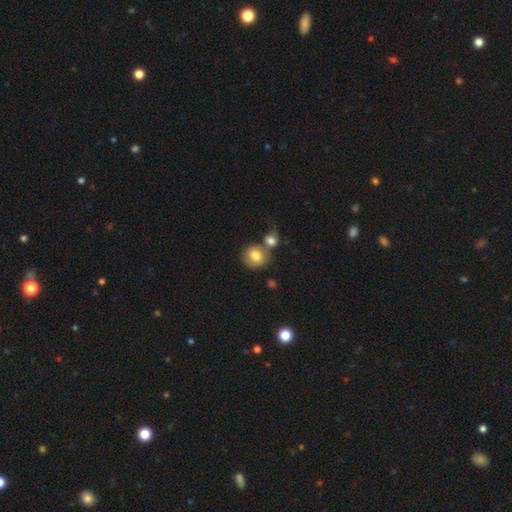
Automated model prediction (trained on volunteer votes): This appears to be a smooth galaxy with no disk features (79%) that is round (82%). Merging: none (51%).